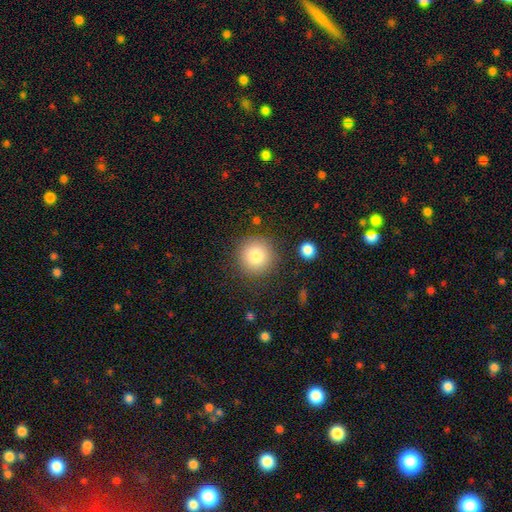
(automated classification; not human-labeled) smooth_or_featured: smooth (p=0.81) [alt: star or artifact p=0.10]
how_rounded: round (p=0.94) [alt: in between p=0.05]
merging: none (p=0.85) [alt: minor disturbance p=0.08]